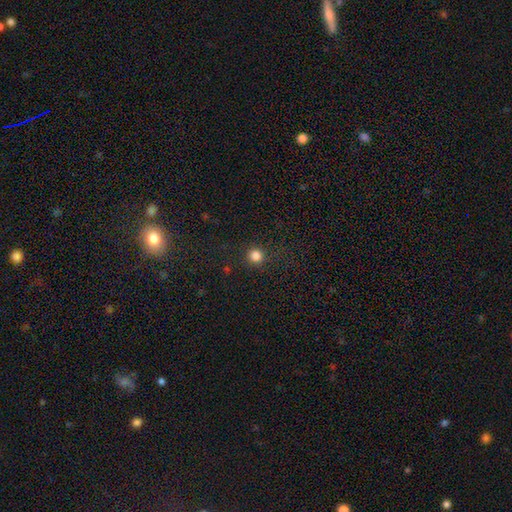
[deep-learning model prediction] The model was most divided on "smooth or featured": smooth: 83%, star or artifact: 13%, featured or disk: 4%. More confident: how rounded — round (95%); merging — none (90%).